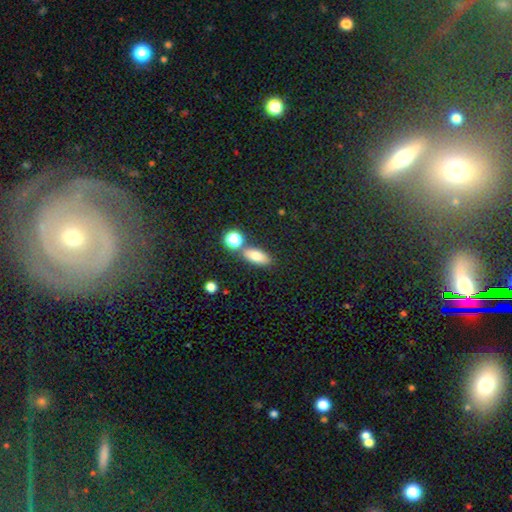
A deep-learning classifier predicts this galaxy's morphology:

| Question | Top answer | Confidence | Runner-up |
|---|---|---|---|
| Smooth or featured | smooth | 76% | star or artifact (12%) |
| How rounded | in between | 75% | cigar-shaped (16%) |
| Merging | none | 72% | merger (13%) |